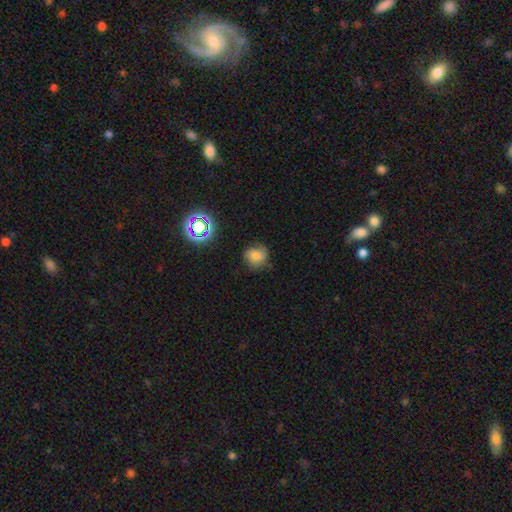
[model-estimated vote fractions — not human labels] Overall: smooth (73%). How rounded: round (80%). Merging: none (69%).